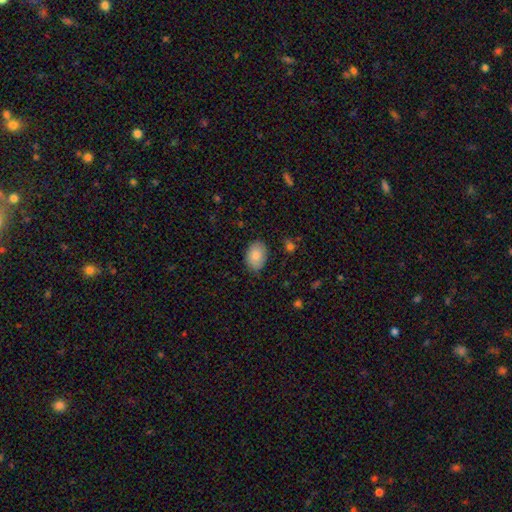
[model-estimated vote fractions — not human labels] Overall: smooth (85%). How rounded: in between (81%). Merging: none (80%).